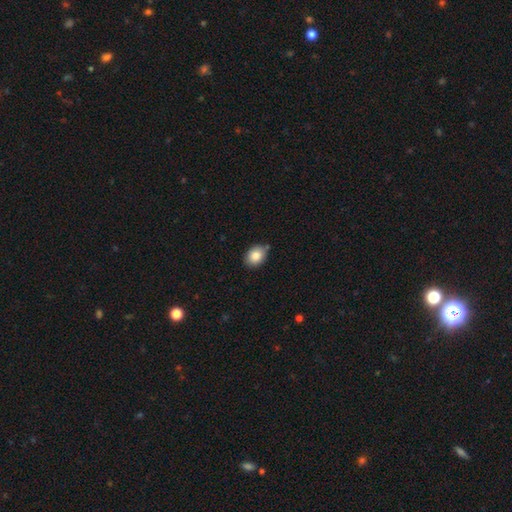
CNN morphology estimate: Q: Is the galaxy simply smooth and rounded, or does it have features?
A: smooth — 85%.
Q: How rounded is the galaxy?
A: in between — 64%.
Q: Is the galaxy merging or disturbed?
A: none — 78%.